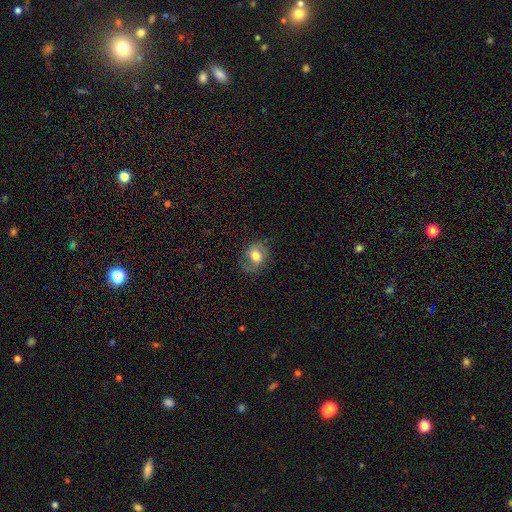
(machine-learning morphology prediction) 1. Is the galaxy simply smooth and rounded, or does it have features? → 66% smooth, 25% featured or disk, 9% star or artifact.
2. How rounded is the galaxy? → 56% round, 42% in between, 1% cigar-shaped.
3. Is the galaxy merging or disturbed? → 72% none, 19% minor disturbance, 8% major disturbance, 1% merger.